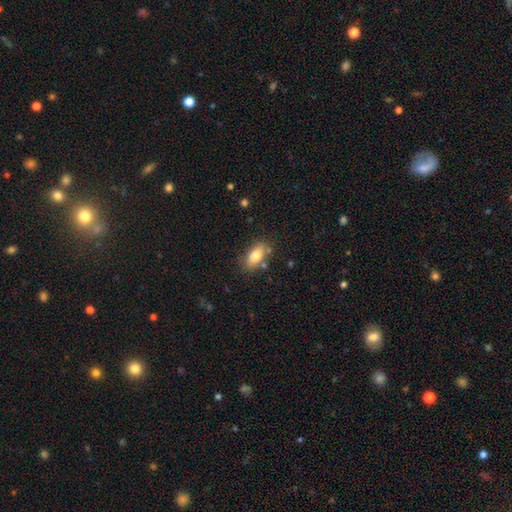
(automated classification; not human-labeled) Smooth or featured? smooth (79%)
How rounded? in between (87%)
Merging? none (76%)